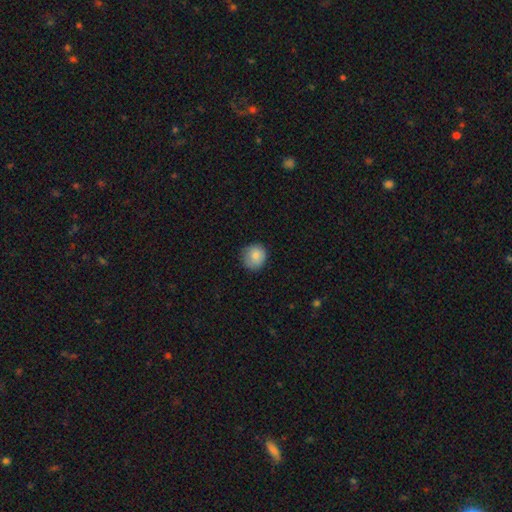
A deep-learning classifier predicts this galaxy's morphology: smooth-or-featured: smooth: 81% | featured or disk: 11% | star or artifact: 8%
  how-rounded: round: 90% | in between: 9% | cigar-shaped: 1%
  merging: none: 82% | minor disturbance: 14% | major disturbance: 3% | merger: 1%